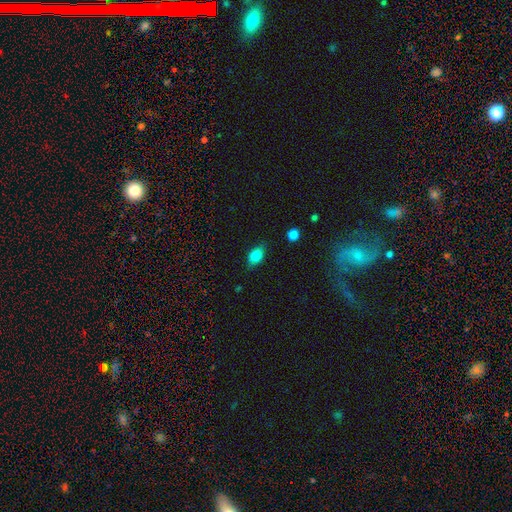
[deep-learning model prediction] smooth_or_featured: smooth (p=0.82) [alt: featured or disk p=0.09]
how_rounded: in between (p=0.85) [alt: round p=0.12]
merging: none (p=0.79) [alt: minor disturbance p=0.16]